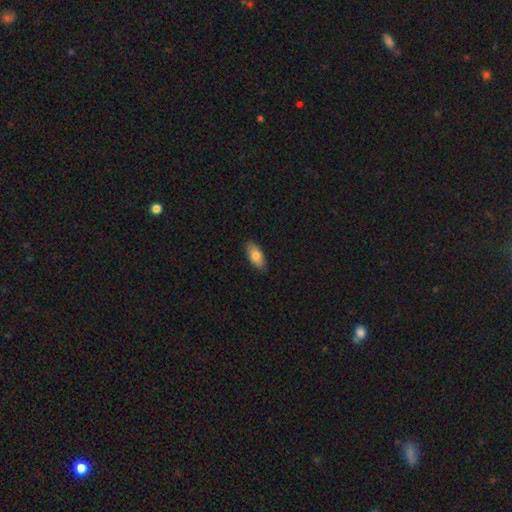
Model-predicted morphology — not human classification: smooth-or-featured: smooth: 80% | featured or disk: 13% | star or artifact: 6%
  how-rounded: in between: 88% | cigar-shaped: 10% | round: 3%
  merging: none: 88% | minor disturbance: 9% | major disturbance: 2% | merger: 1%